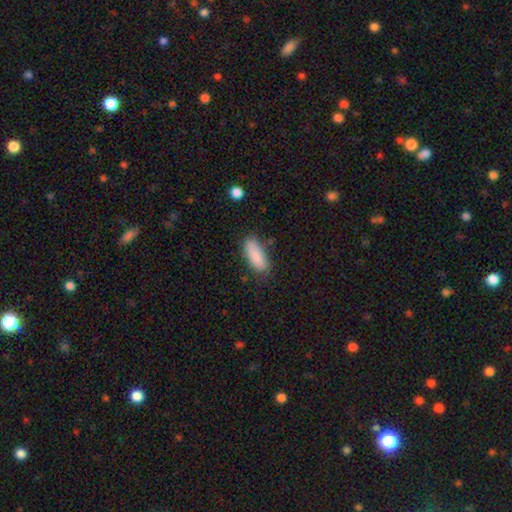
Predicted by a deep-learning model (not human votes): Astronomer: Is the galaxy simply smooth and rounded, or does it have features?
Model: smooth — 87%.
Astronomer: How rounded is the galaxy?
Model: in between — 73%.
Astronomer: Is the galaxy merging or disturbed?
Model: none — 76%.